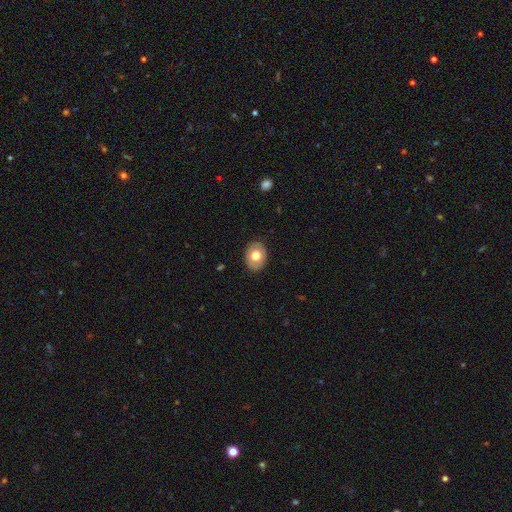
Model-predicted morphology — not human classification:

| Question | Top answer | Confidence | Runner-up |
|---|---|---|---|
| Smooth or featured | smooth | 73% | featured or disk (20%) |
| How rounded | in between | 64% | round (35%) |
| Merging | none | 88% | minor disturbance (9%) |